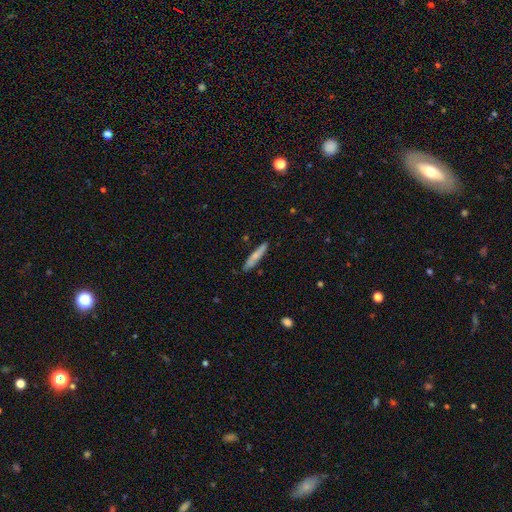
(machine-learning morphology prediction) smooth-or-featured: smooth: 67% | featured or disk: 27% | star or artifact: 6%
  how-rounded: cigar-shaped: 92% | in between: 6% | round: 1%
  merging: none: 85% | minor disturbance: 11% | major disturbance: 2% | merger: 2%